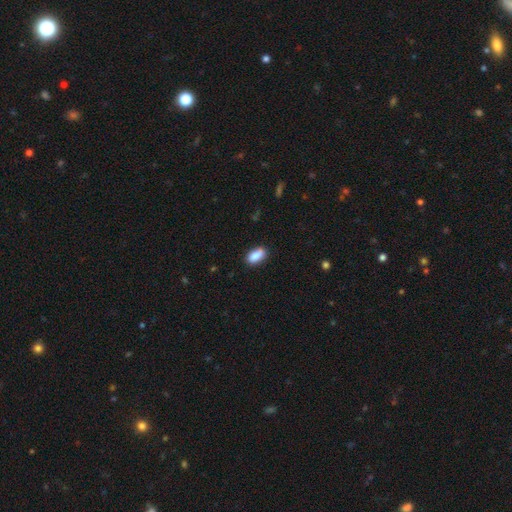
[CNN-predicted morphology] Smooth or featured?
  - smooth: 88% *
  - star or artifact: 7%
  - featured or disk: 5%
How rounded?
  - in between: 86% *
  - cigar-shaped: 10%
  - round: 3%
Merging?
  - none: 83% *
  - minor disturbance: 13%
  - major disturbance: 3%
  - merger: 2%